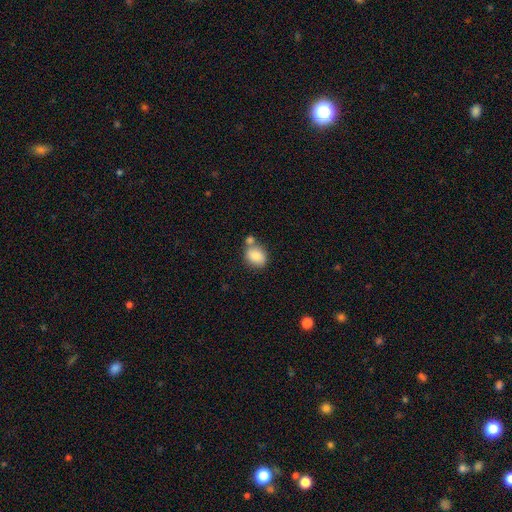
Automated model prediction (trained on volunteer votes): A smooth galaxy with no disk features (82%) that is in between round and cigar-shaped (50%). Merging: none (56%).